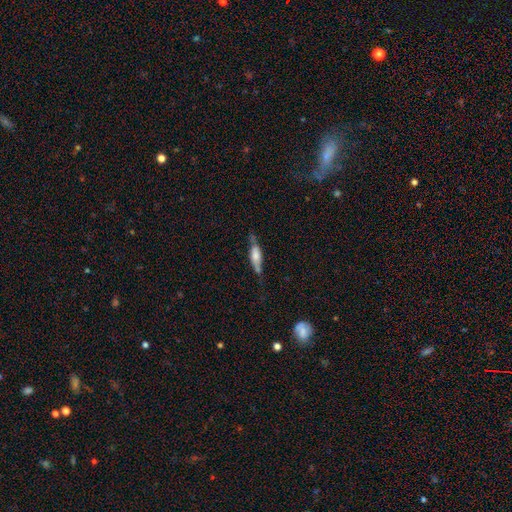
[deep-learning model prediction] The model was most divided on "smooth or featured": featured or disk: 47%, smooth: 46%, star or artifact: 7%. More confident: merging — none (59%).